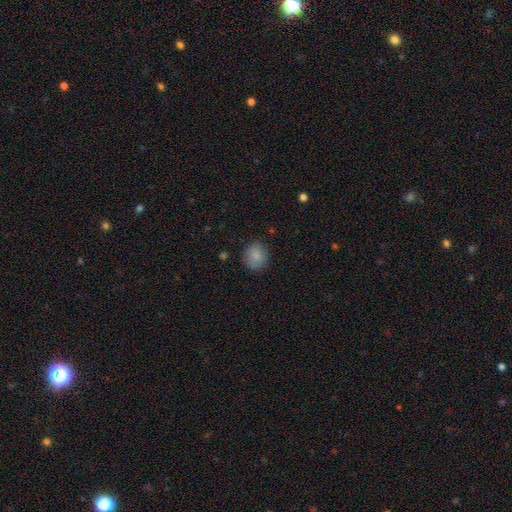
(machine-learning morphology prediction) smooth-or-featured: smooth: 87% | star or artifact: 8% | featured or disk: 5%
  how-rounded: round: 74% | in between: 25% | cigar-shaped: 1%
  merging: none: 83% | minor disturbance: 13% | major disturbance: 3% | merger: 1%